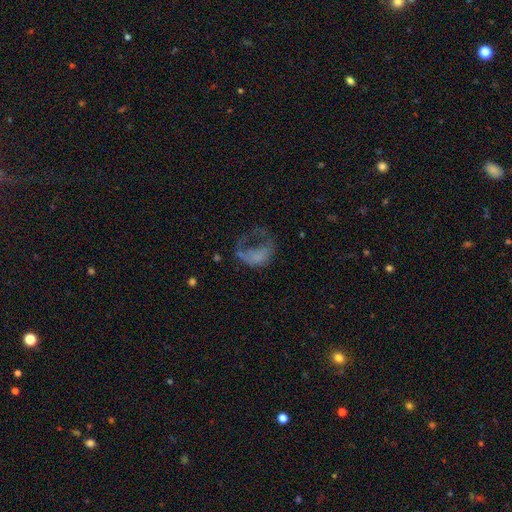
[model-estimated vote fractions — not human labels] The model was most divided on "smooth or featured": featured or disk: 44%, smooth: 41%, star or artifact: 15%. More confident: merging — major disturbance (58%).